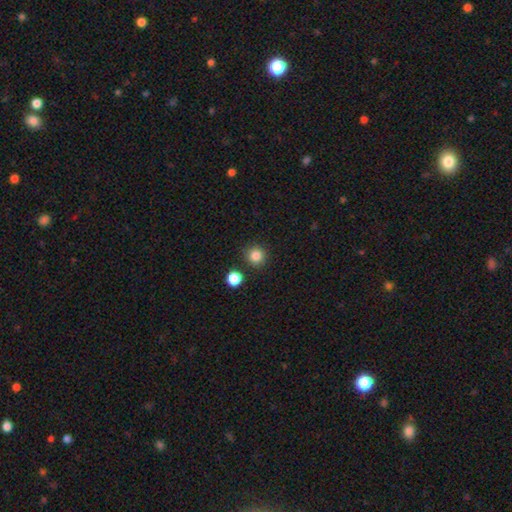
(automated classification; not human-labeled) Smooth or featured? Predicted: smooth (p=0.85). How rounded? Predicted: round (p=0.94). Merging? Predicted: none (p=0.88).